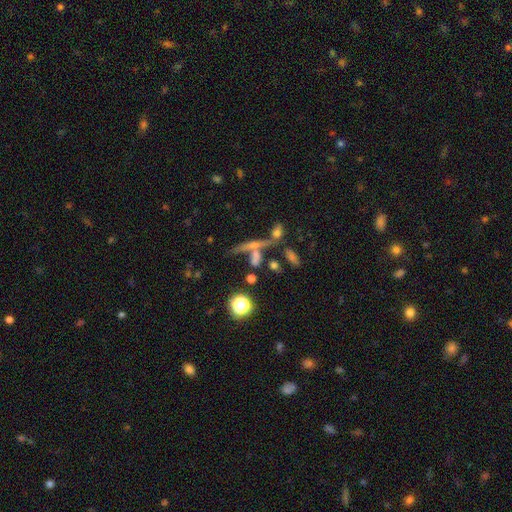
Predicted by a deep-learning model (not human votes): featured or disk 41%, smooth 35%, star or artifact 23%. Down the decision tree: merging — none (44%).